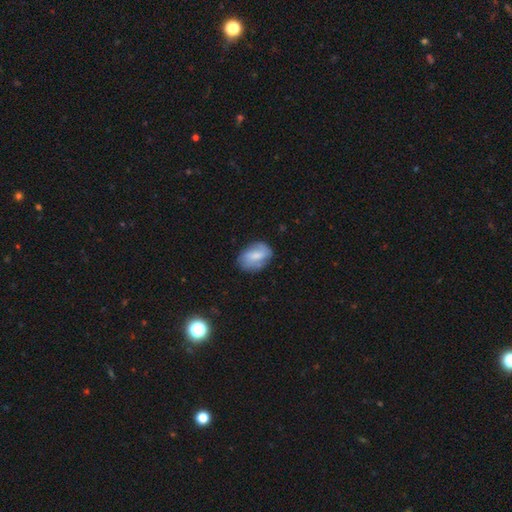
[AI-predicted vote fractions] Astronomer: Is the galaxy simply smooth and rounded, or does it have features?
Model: smooth — 58% (runner-up: featured or disk, 35%).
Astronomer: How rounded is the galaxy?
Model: in between — 80%.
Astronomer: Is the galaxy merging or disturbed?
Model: none — 66%.